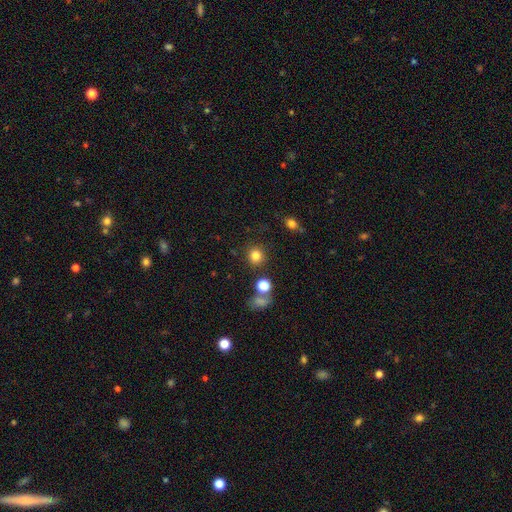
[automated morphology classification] Overall: smooth (81%). How rounded: round (89%). Merging: none (84%).